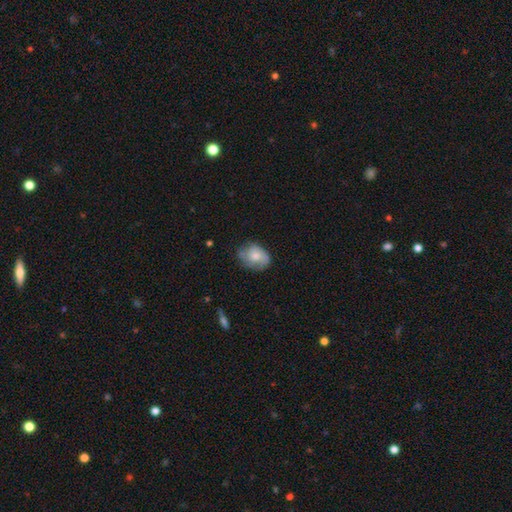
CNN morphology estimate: Smooth or featured? smooth (58%)
How rounded? in between (62%)
Merging? none (61%)